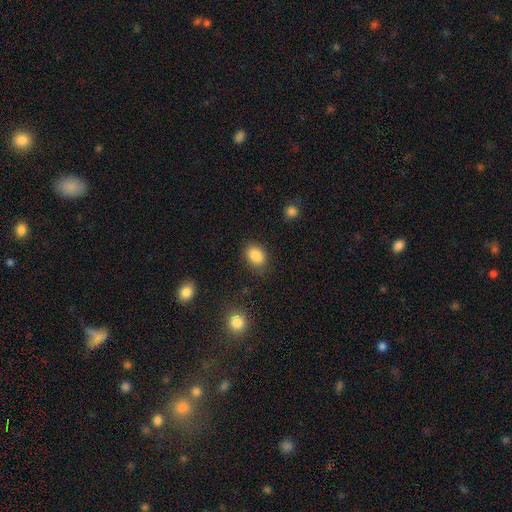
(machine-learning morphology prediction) This is clearly a smooth galaxy (86%). How rounded: likely in between (71%). Merging: clearly none (80%).